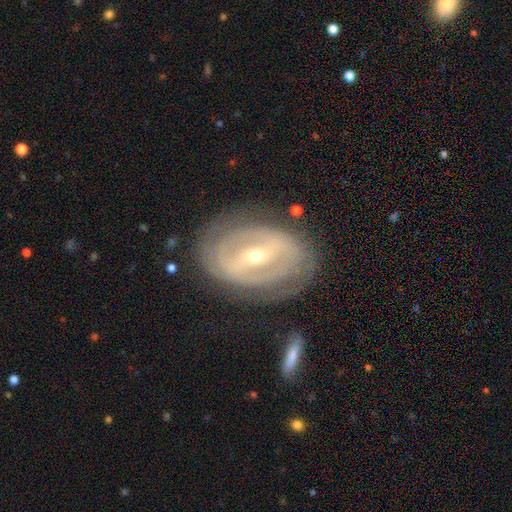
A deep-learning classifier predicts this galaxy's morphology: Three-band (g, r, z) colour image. It shows a featured or disk galaxy (83%) with a strong bar (56%), 2 (51%) tight (63%) spiral arms (73%) and a small central bulge (53%). Merging: none (78%).